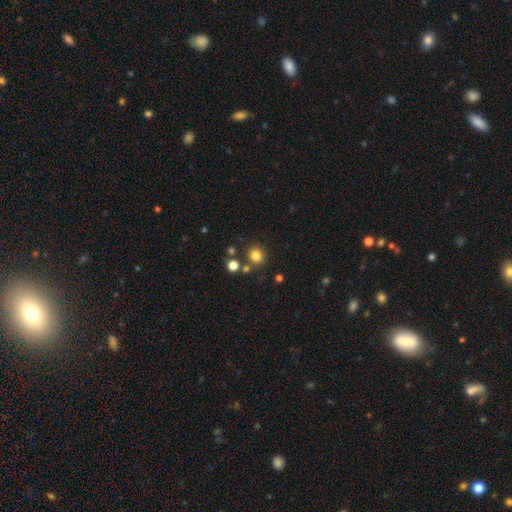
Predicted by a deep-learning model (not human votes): This is clearly a smooth galaxy (81%). How rounded: clearly round (88%). Merging: likely none (79%).